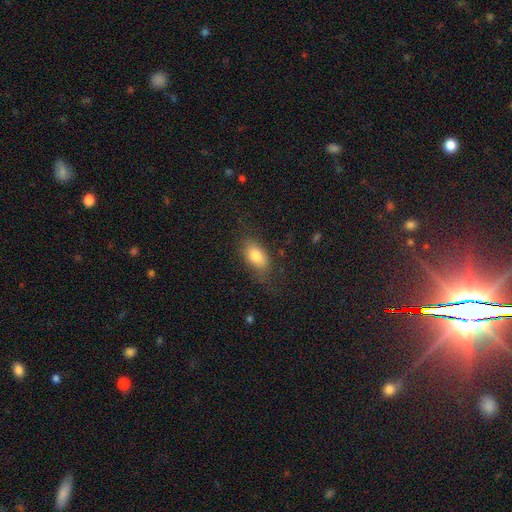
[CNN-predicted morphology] Q: Smooth or featured?
A: smooth (78%); runner-up: featured or disk (13%)
Q: How rounded?
A: in between (86%); runner-up: round (10%)
Q: Merging?
A: none (69%); runner-up: minor disturbance (20%)